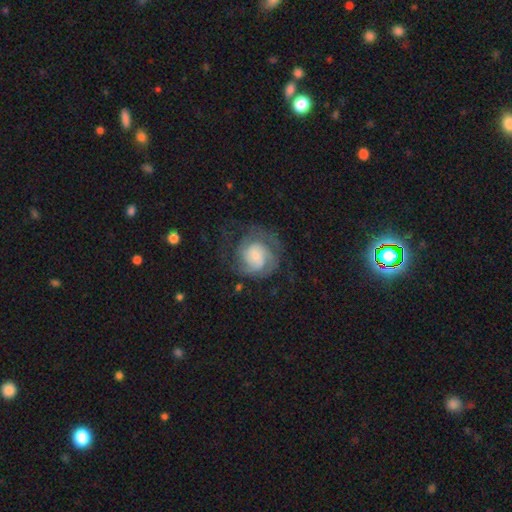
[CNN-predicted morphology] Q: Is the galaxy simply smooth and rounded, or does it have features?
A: featured or disk — 74%.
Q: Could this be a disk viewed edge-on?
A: no — 98%.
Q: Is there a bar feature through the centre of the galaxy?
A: no — 69%.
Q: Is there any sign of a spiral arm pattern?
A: yes — 93%.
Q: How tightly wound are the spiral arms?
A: tight — 52%.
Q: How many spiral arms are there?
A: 2 — 38%.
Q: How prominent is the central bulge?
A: small — 52%.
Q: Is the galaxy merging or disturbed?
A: none — 60%.